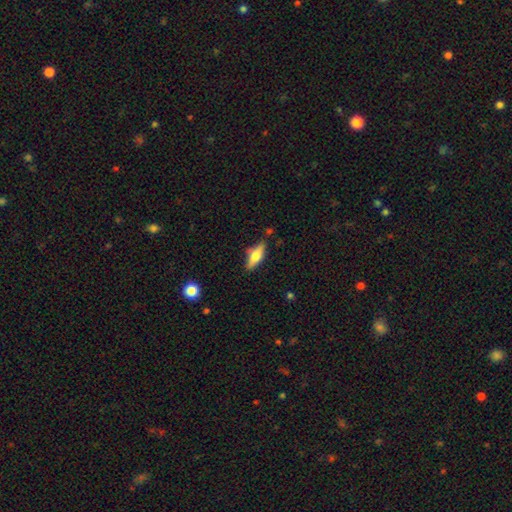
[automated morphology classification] A smooth galaxy with no disk features (54%) that is in between round and cigar-shaped (57%).

Vote fractions:
- Smooth or featured? smooth: 54% / featured or disk: 39% / star or artifact: 7%
- How rounded? in between: 57% / cigar-shaped: 40% / round: 3%
- Merging? none: 77% / minor disturbance: 15% / merger: 4% / major disturbance: 3%